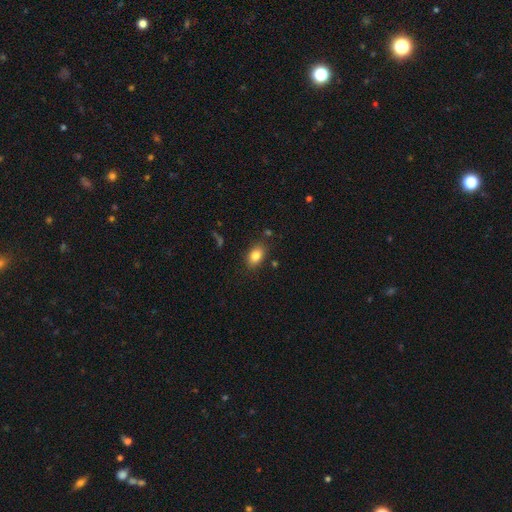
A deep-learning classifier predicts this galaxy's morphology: A smooth galaxy with no disk features (83%) that is in between round and cigar-shaped (82%).

Vote fractions:
- Smooth or featured? smooth: 83% / star or artifact: 9% / featured or disk: 8%
- How rounded? in between: 82% / round: 16% / cigar-shaped: 2%
- Merging? none: 84% / minor disturbance: 11% / major disturbance: 3% / merger: 2%